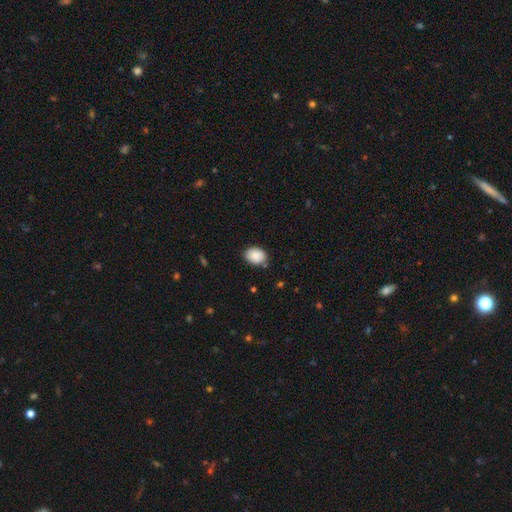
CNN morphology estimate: type=smooth (89%); roundness=in between (66%); merging=none (82%).